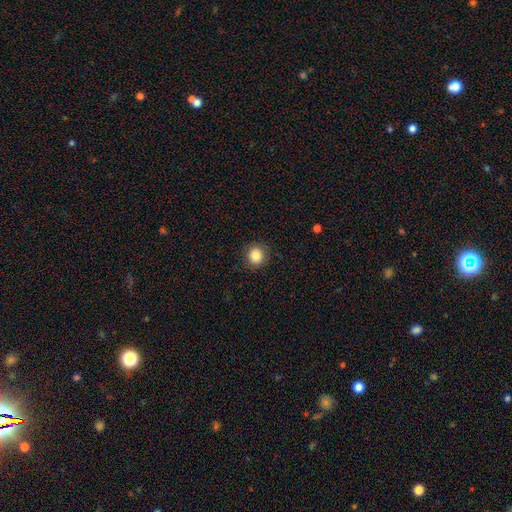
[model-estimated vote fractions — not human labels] Smooth or featured?
  - smooth: 83% *
  - star or artifact: 10%
  - featured or disk: 7%
How rounded?
  - round: 89% *
  - in between: 10%
  - cigar-shaped: 1%
Merging?
  - none: 88% *
  - minor disturbance: 8%
  - major disturbance: 3%
  - merger: 1%